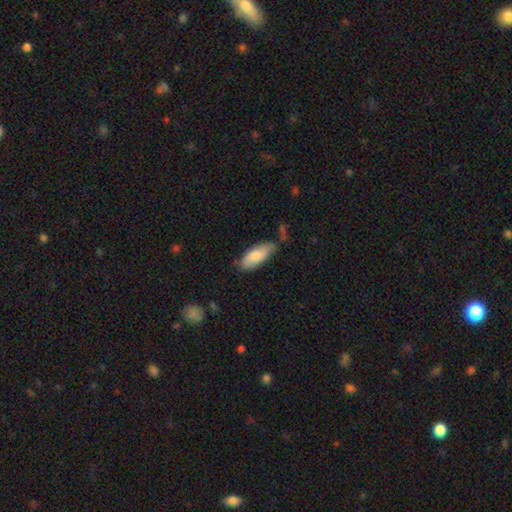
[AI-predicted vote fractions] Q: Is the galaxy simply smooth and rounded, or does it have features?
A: smooth — 79%.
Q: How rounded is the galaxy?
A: in between — 80%.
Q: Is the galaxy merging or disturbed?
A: none — 65%.